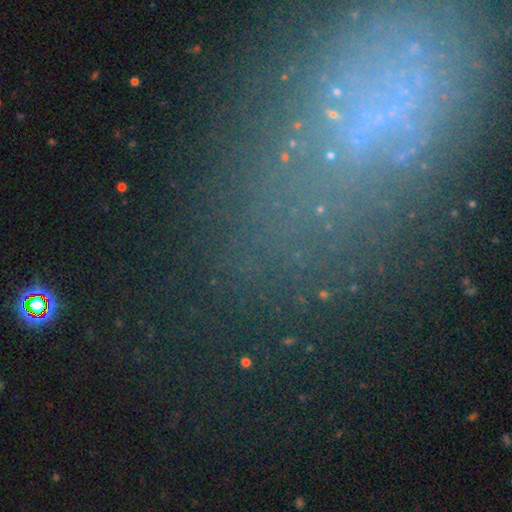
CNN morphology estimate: Smooth or featured: star or artifact — 63% (featured or disk — 18%)